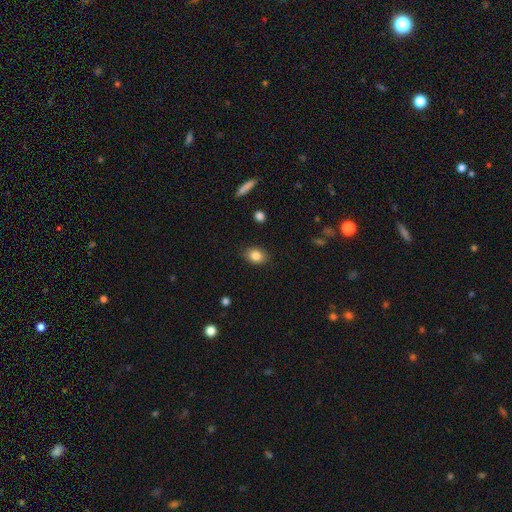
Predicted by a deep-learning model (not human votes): This appears to be a smooth galaxy with no disk features (84%) that is in between round and cigar-shaped (71%). Merging: none (87%).